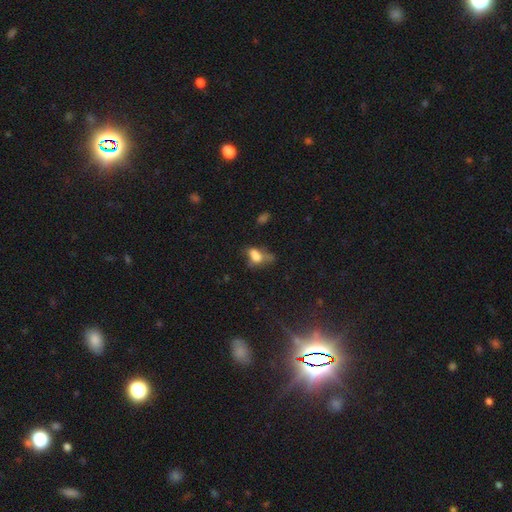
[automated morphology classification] This is likely a smooth galaxy (63%). How rounded: clearly in between (81%). Merging: marginally major disturbance (31%).